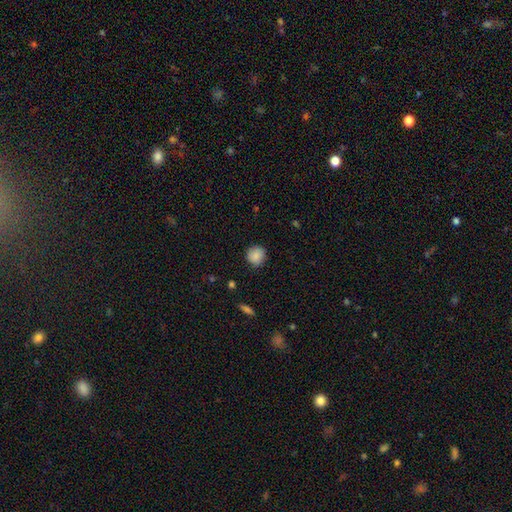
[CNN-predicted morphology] Smooth or featured: smooth — 85% (star or artifact — 8%)
How rounded: round — 88% (in between — 11%)
Merging: none — 84% (minor disturbance — 13%)